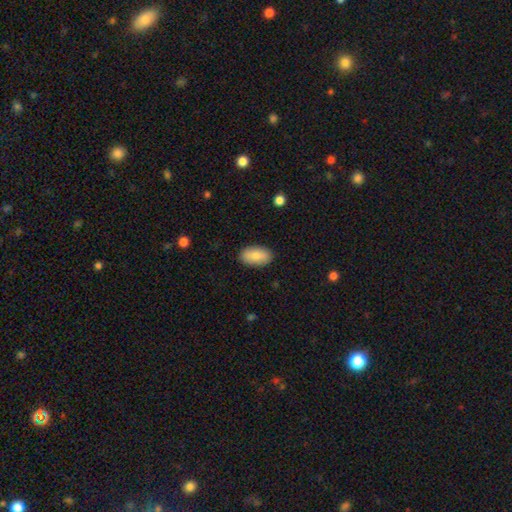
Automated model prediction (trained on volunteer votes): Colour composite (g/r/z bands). It shows a smooth galaxy with no disk features (82%) that is in between round and cigar-shaped (94%). Merging: none (88%).